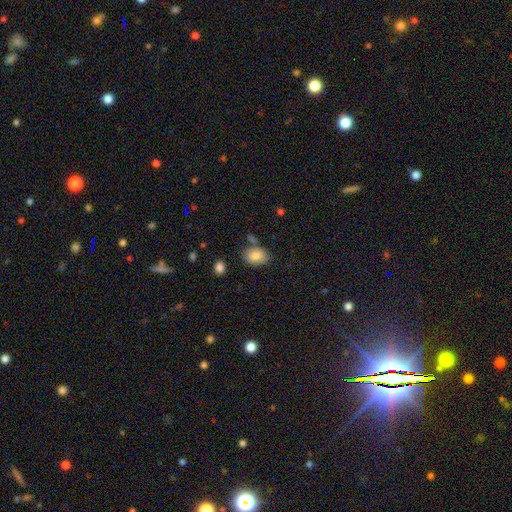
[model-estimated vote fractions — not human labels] Smooth or featured: smooth — 84% (featured or disk — 8%)
How rounded: in between — 77% (round — 22%)
Merging: none — 70% (minor disturbance — 18%)